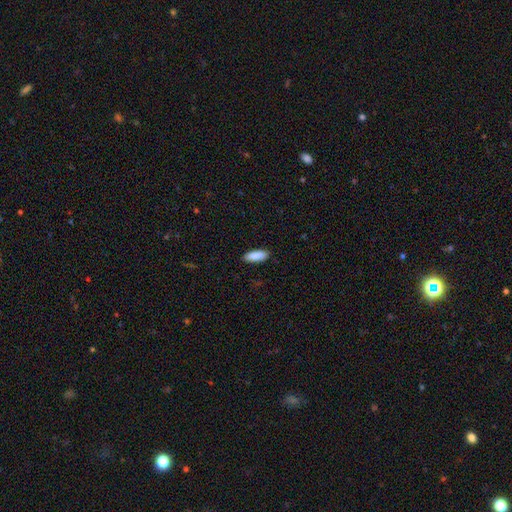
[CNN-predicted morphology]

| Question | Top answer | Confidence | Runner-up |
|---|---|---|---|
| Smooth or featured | smooth | 89% | star or artifact (6%) |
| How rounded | in between | 69% | cigar-shaped (30%) |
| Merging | none | 89% | minor disturbance (8%) |